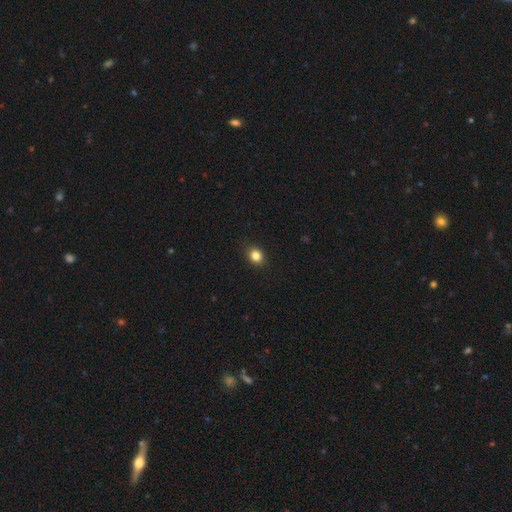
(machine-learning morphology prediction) smooth-or-featured: smooth: 84% | star or artifact: 11% | featured or disk: 5%
  how-rounded: round: 56% | in between: 43% | cigar-shaped: 1%
  merging: none: 90% | minor disturbance: 8% | major disturbance: 2% | merger: 1%